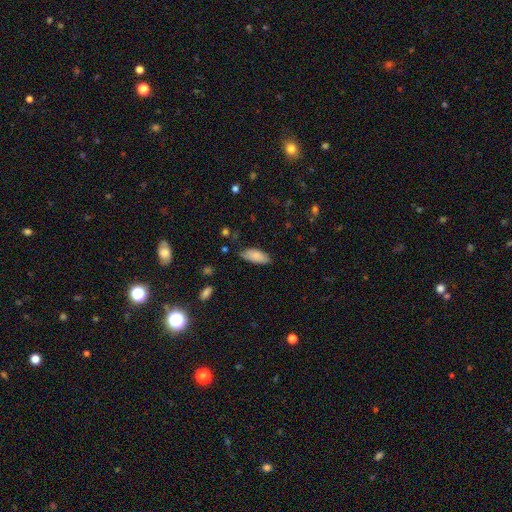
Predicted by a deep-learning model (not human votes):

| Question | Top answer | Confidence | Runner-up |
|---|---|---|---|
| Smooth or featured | smooth | 85% | featured or disk (9%) |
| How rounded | in between | 85% | cigar-shaped (14%) |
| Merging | none | 71% | minor disturbance (23%) |